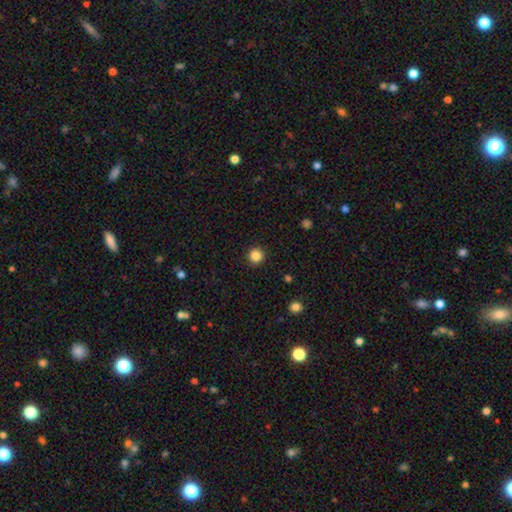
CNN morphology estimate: Smooth or featured: smooth — 85% (star or artifact — 11%)
How rounded: round — 96% (in between — 3%)
Merging: none — 93% (minor disturbance — 4%)